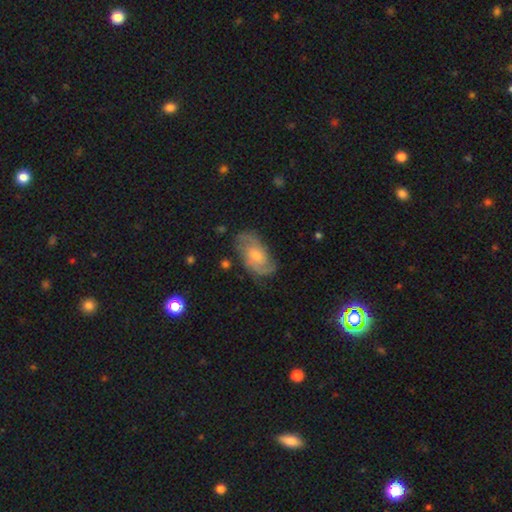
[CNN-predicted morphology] smooth_or_featured: featured or disk (p=0.79) [alt: smooth p=0.14]
disk_edge_on: no (p=0.96) [alt: yes p=0.04]
bar: no (p=0.56) [alt: weak p=0.39]
has_spiral_arms: yes (p=0.95) [alt: no p=0.05]
spiral_winding: medium (p=0.46) [alt: tight p=0.40]
spiral_arm_count: 2 (p=0.68) [alt: can't tell p=0.14]
bulge_size: moderate (p=0.50) [alt: small p=0.38]
merging: none (p=0.76) [alt: minor disturbance p=0.17]